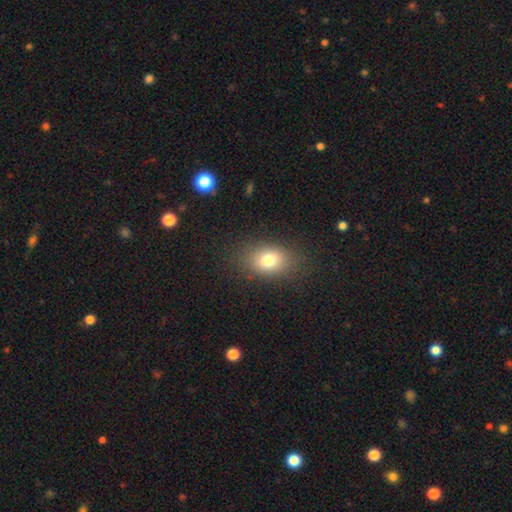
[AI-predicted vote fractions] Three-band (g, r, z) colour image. It shows a smooth galaxy with no disk features (71%) that is in between round and cigar-shaped (76%). Merging: none (90%).